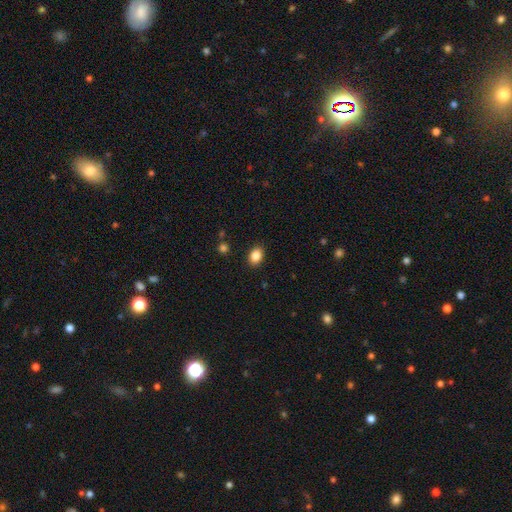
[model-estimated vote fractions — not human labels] A smooth galaxy with no disk features (87%) that is in between round and cigar-shaped (71%). Merging: none (88%).